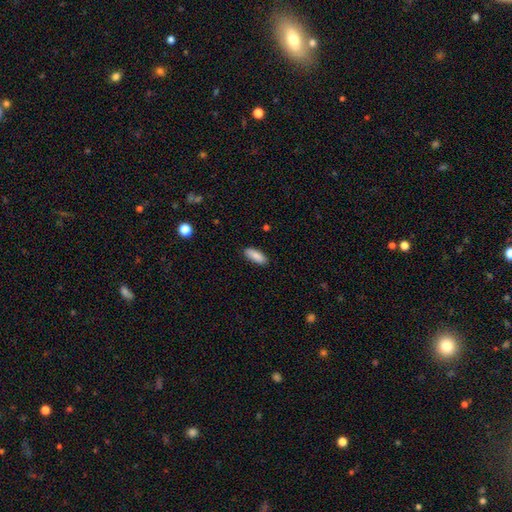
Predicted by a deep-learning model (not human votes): This is clearly a smooth galaxy (88%). How rounded: likely in between (71%). Merging: clearly none (88%).